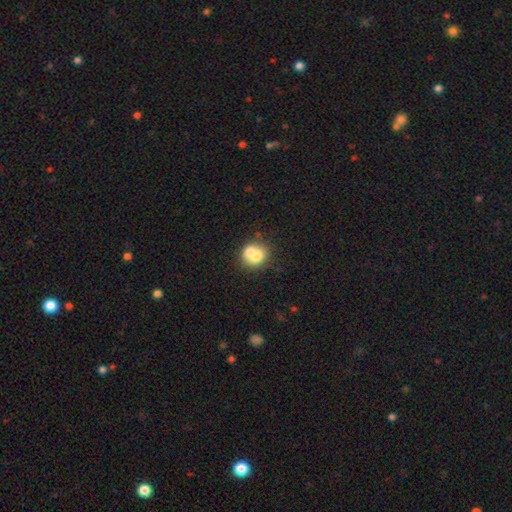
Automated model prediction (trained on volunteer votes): Morphology: type=smooth (68%); roundness=round (75%); merging=merger (51%).